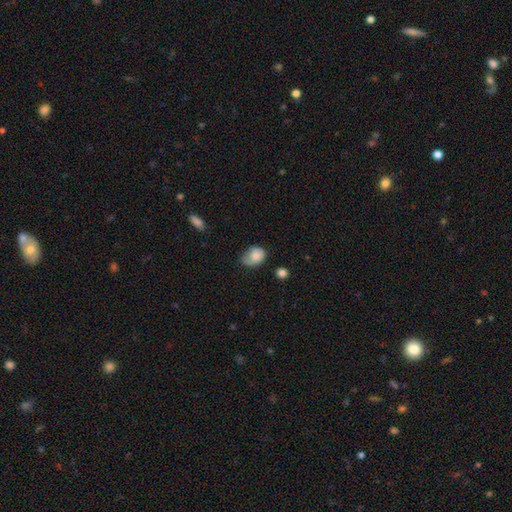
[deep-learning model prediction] The model was most divided on "merging": none: 40%, minor disturbance: 39%, major disturbance: 17%, merger: 3%. More confident: smooth or featured — smooth (78%); how rounded — in between (64%).